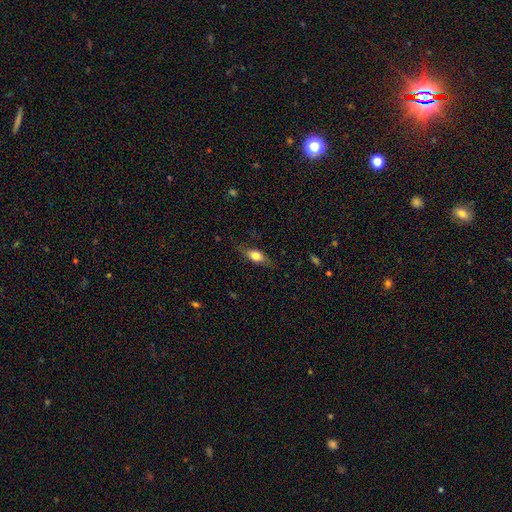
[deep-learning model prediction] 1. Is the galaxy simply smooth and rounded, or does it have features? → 71% smooth, 21% featured or disk, 7% star or artifact.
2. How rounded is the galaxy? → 76% in between, 18% cigar-shaped, 6% round.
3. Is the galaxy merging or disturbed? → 75% none, 19% minor disturbance, 5% major disturbance, 1% merger.